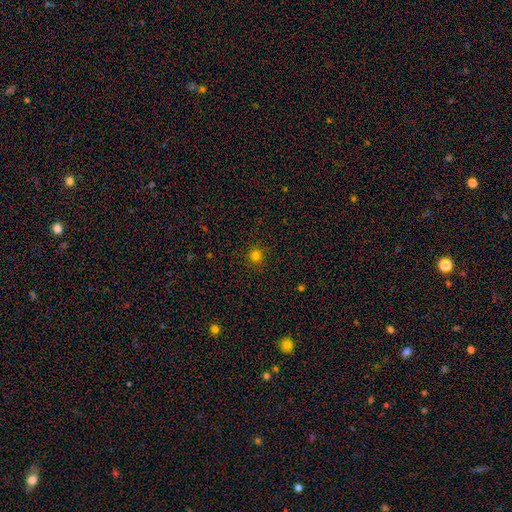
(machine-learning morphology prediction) smooth 79%, star or artifact 17%, featured or disk 4%. Down the decision tree: how rounded — round (93%); merging — none (90%).